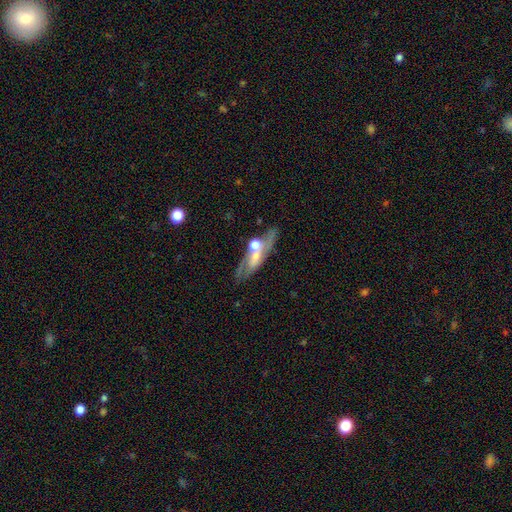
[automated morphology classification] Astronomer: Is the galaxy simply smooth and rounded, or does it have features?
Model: featured or disk — 62%.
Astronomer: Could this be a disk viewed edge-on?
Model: no — 65%.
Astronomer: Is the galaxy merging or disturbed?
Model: none — 54%.